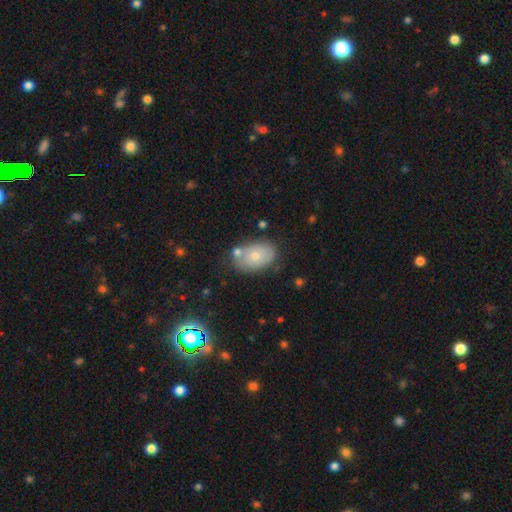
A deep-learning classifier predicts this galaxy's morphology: Q: Smooth or featured?
A: smooth (69%); runner-up: featured or disk (24%)
Q: How rounded?
A: in between (87%); runner-up: round (11%)
Q: Merging?
A: none (67%); runner-up: minor disturbance (18%)